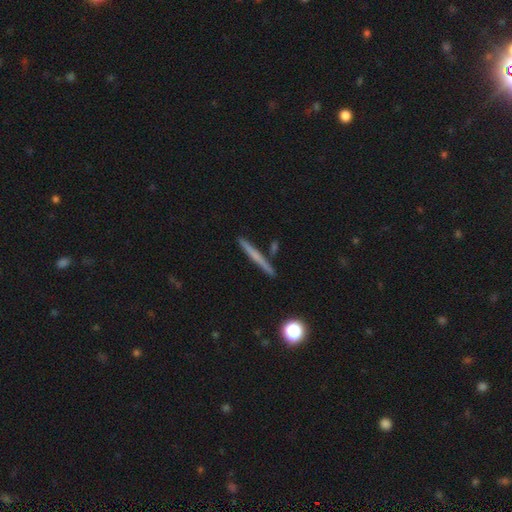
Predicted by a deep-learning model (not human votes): smooth_or_featured: smooth (p=0.50) [alt: featured or disk p=0.43]
how_rounded: cigar-shaped (p=0.95) [alt: in between p=0.03]
merging: none (p=0.89) [alt: minor disturbance p=0.07]